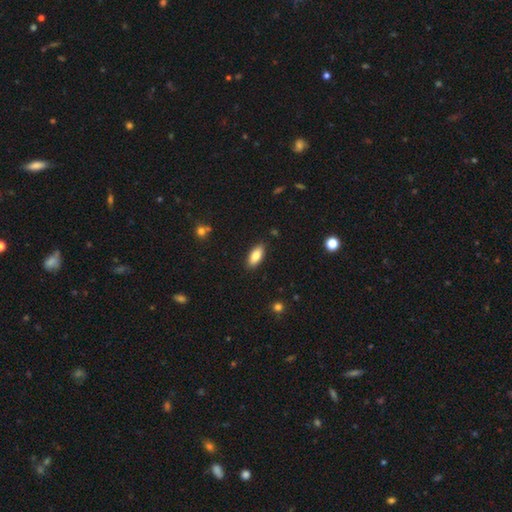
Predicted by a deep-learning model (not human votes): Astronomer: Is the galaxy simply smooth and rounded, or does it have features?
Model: smooth — 83%.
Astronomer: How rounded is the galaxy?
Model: in between — 88%.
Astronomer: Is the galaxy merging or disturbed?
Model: none — 88%.